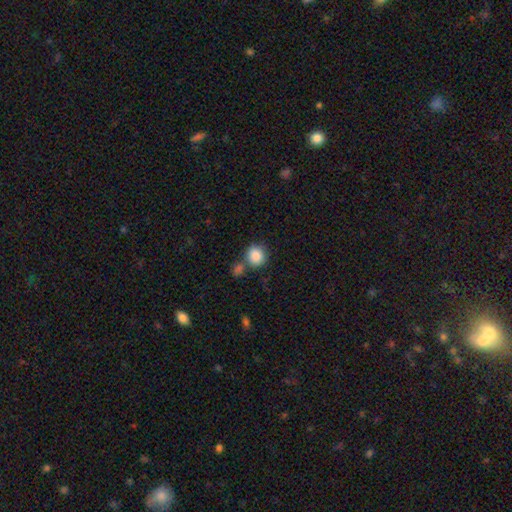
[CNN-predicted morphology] smooth_or_featured: smooth (p=0.87) [alt: star or artifact p=0.08]
how_rounded: round (p=0.81) [alt: in between p=0.18]
merging: none (p=0.59) [alt: merger p=0.25]